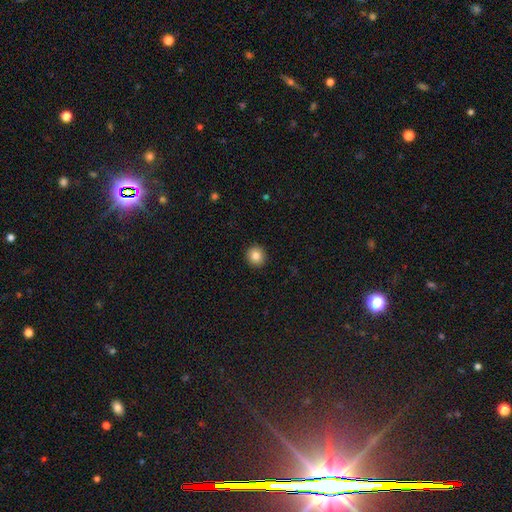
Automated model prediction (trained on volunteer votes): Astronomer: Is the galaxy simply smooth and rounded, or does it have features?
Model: smooth — 85%.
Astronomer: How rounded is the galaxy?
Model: round — 91%.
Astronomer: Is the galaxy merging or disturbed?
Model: none — 93%.